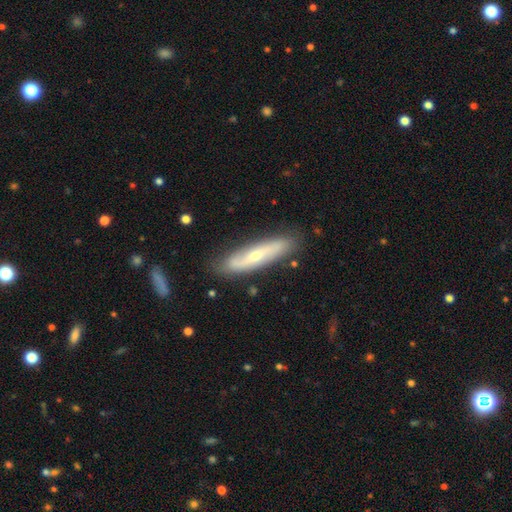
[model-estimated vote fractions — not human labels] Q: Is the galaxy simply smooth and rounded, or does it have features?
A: featured or disk — 57%.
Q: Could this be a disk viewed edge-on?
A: no — 54%.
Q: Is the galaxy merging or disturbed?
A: none — 81%.